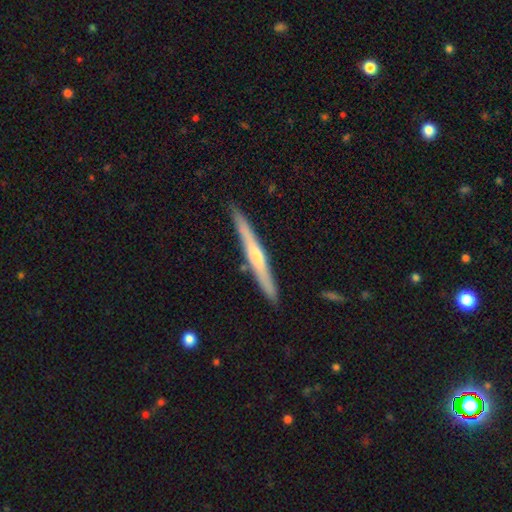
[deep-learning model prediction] This appears to be a featured or disk galaxy (61%) viewed edge-on (97%) with a rounded central bulge (61%). Merging: none (88%).